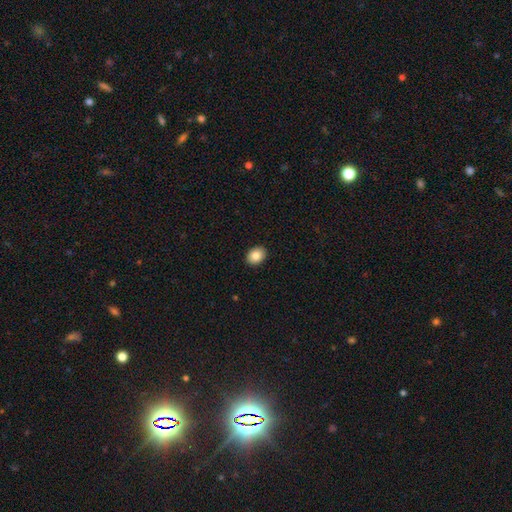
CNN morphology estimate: smooth_or_featured: smooth (p=0.86) [alt: star or artifact p=0.08]
how_rounded: in between (p=0.68) [alt: round p=0.31]
merging: none (p=0.91) [alt: minor disturbance p=0.06]